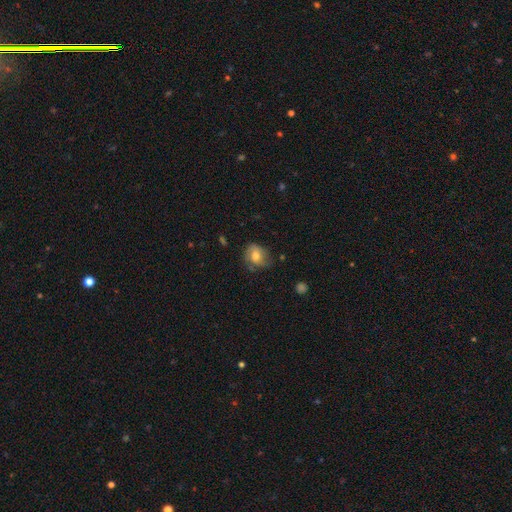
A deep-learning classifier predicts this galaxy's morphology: Q: Smooth or featured?
A: smooth (63%); runner-up: featured or disk (28%)
Q: How rounded?
A: round (55%); runner-up: in between (44%)
Q: Merging?
A: none (56%); runner-up: minor disturbance (29%)